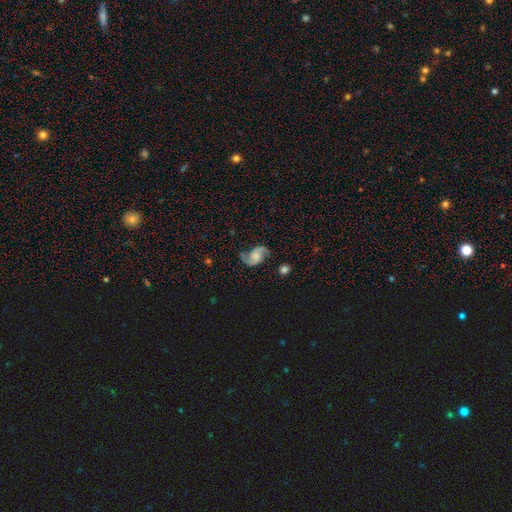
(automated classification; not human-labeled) This appears to be a featured or disk galaxy (87%) with no bar (57%), 2 (94%) loose (47%) spiral arms (97%) and no central bulge (32%). Merging: none (75%).